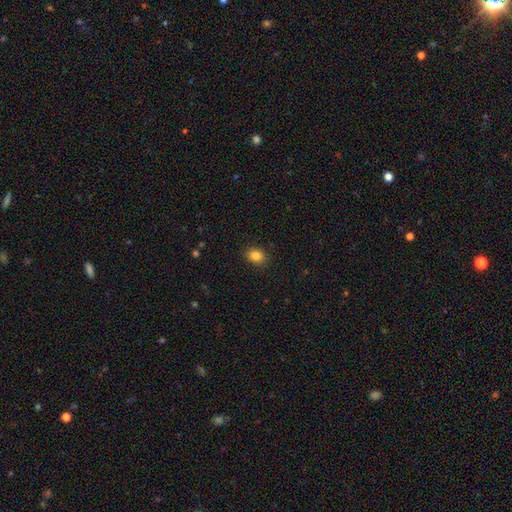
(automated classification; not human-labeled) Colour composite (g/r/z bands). It shows a smooth galaxy with no disk features (85%) that is in between round and cigar-shaped (59%). Merging: none (89%).